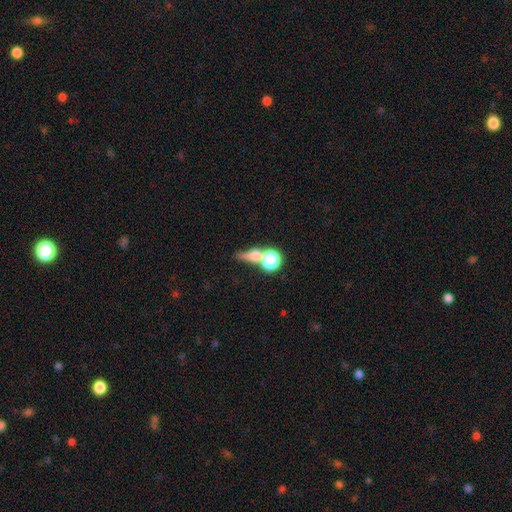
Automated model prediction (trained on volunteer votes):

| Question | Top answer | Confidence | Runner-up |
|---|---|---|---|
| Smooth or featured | smooth | 59% | star or artifact (22%) |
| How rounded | round | 49% | in between (33%) |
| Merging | none | 41% | merger (35%) |